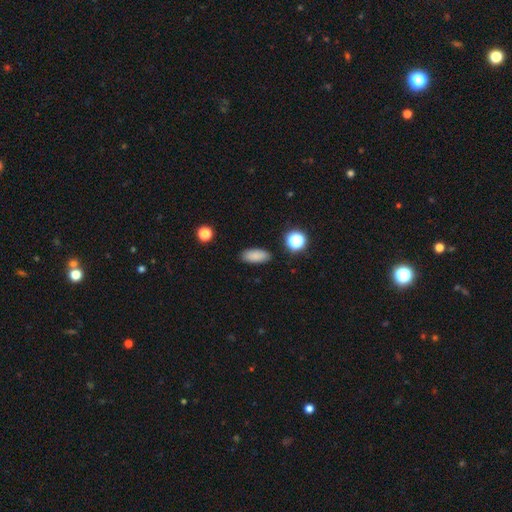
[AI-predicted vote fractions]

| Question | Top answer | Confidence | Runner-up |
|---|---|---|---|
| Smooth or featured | smooth | 85% | star or artifact (10%) |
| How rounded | in between | 83% | cigar-shaped (13%) |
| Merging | none | 88% | minor disturbance (8%) |